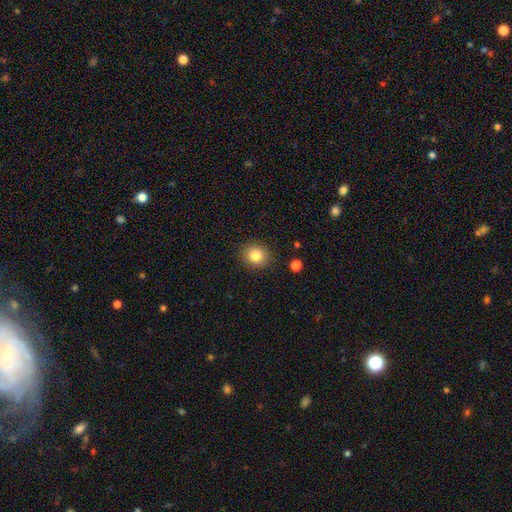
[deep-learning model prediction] Smooth or featured: smooth — 83% (star or artifact — 10%)
How rounded: round — 80% (in between — 19%)
Merging: none — 89% (minor disturbance — 7%)